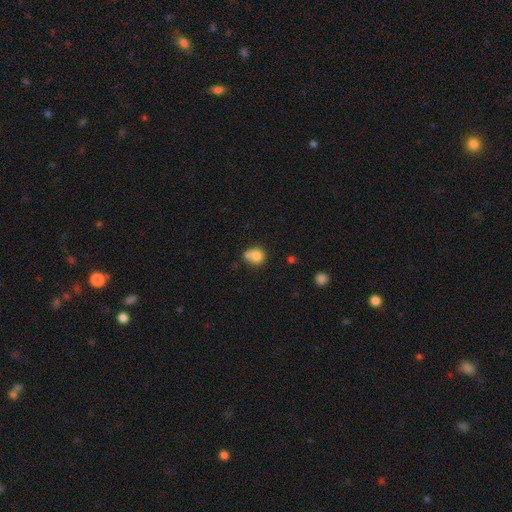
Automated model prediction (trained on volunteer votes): A smooth galaxy with no disk features (76%) that is round (67%). Merging: none (40%).